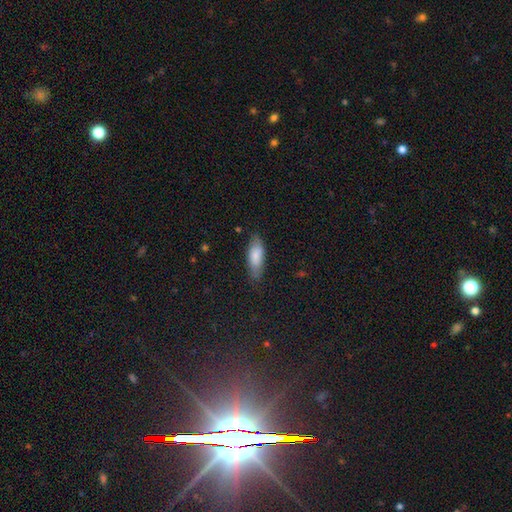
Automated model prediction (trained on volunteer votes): A smooth galaxy with no disk features (80%) that is in between round and cigar-shaped (71%).

Vote fractions:
- Smooth or featured? smooth: 80% / featured or disk: 13% / star or artifact: 6%
- How rounded? in between: 71% / cigar-shaped: 27% / round: 2%
- Merging? none: 75% / minor disturbance: 20% / major disturbance: 4% / merger: 1%